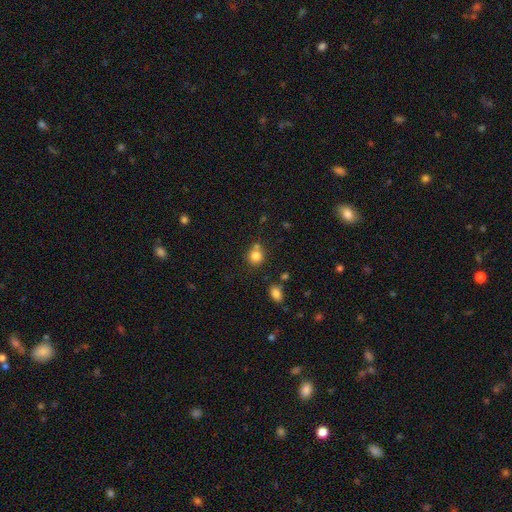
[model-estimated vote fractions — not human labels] smooth 81%, star or artifact 12%, featured or disk 7%. Down the decision tree: how rounded — round (86%); merging — none (64%).